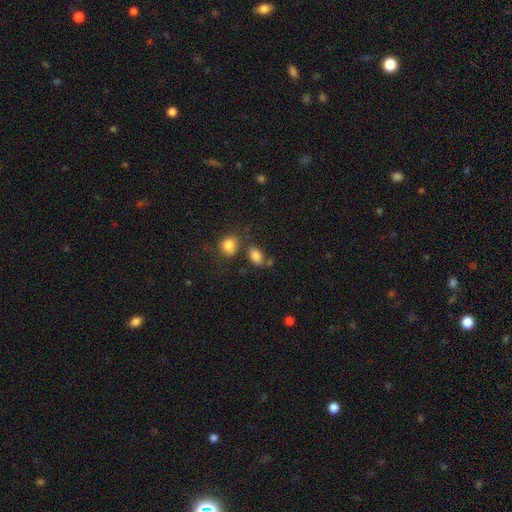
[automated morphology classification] This is clearly a smooth galaxy (82%). How rounded: clearly in between (83%). Merging: likely none (62%).